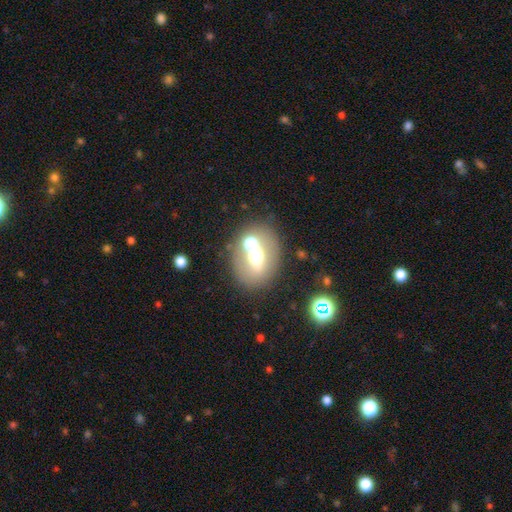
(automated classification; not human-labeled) Morphology: type=smooth (51%); roundness=round (53%); merging=none (59%).